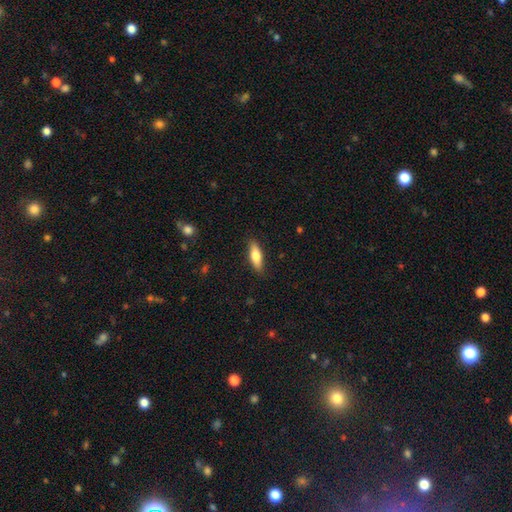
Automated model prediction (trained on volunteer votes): Smooth or featured? Predicted: smooth (p=0.73). How rounded? Predicted: in between (p=0.53). Merging? Predicted: none (p=0.87).